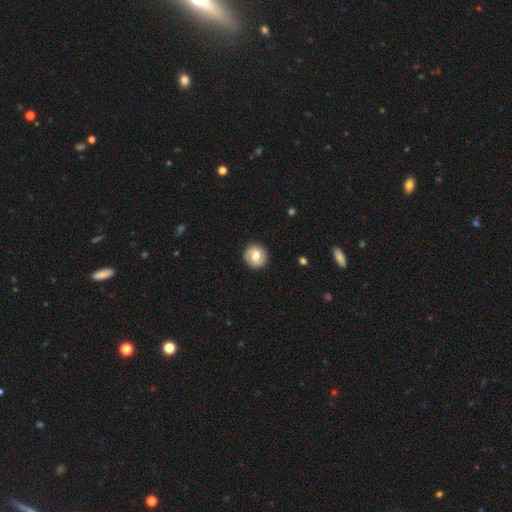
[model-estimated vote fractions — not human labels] Morphology: type=smooth (62%); roundness=round (91%); merging=none (89%).